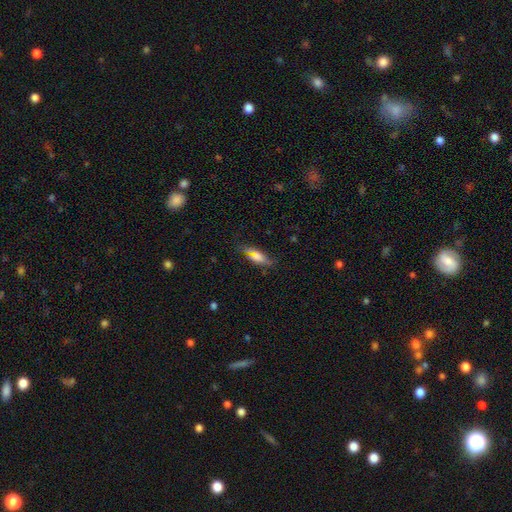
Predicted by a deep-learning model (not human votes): This is possibly a smooth galaxy (60%). How rounded: possibly in between (58%). Merging: likely none (76%).